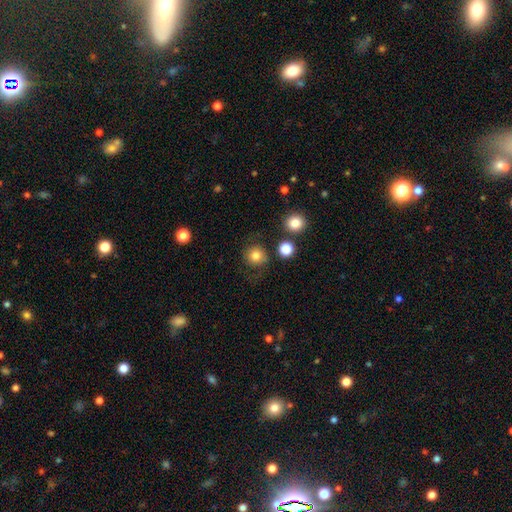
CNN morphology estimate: Q: Smooth or featured?
A: smooth (81%); runner-up: star or artifact (11%)
Q: How rounded?
A: round (90%); runner-up: in between (9%)
Q: Merging?
A: none (76%); runner-up: minor disturbance (14%)